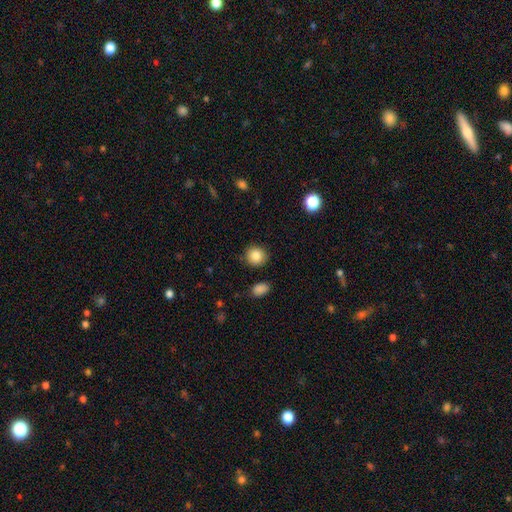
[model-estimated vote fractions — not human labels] A smooth galaxy with no disk features (87%) that is round (87%). Merging: none (88%).